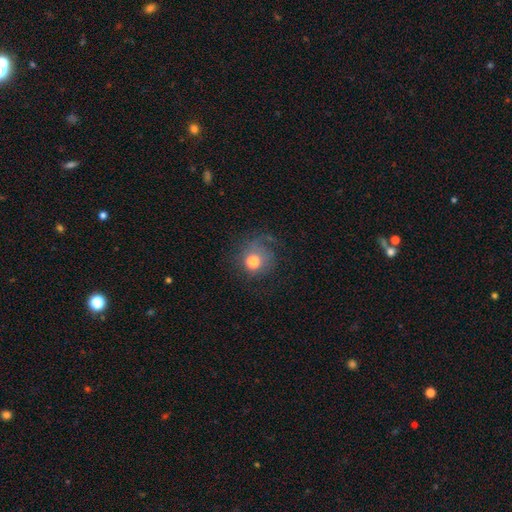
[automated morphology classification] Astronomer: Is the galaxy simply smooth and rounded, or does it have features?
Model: smooth — 59%.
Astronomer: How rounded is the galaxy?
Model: round — 90%.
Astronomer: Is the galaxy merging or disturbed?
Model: none — 64%.